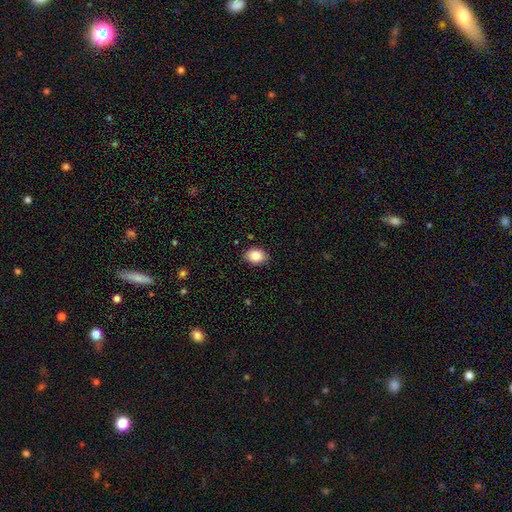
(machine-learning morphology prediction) Smooth or featured: smooth — 85% (star or artifact — 8%)
How rounded: in between — 69% (round — 31%)
Merging: none — 86% (minor disturbance — 11%)